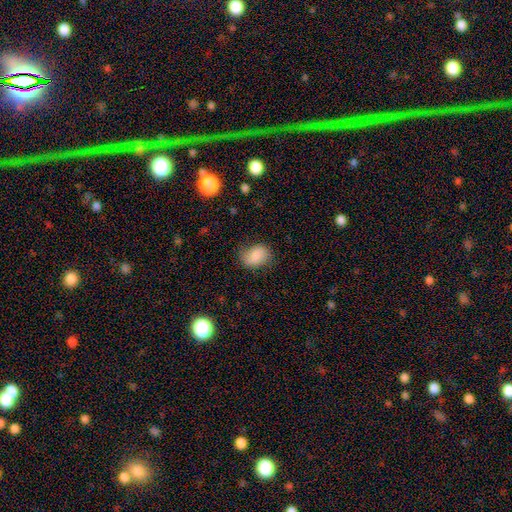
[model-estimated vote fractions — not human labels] Overall: smooth (80%). How rounded: in between (69%; round 30%). Merging: none (72%).